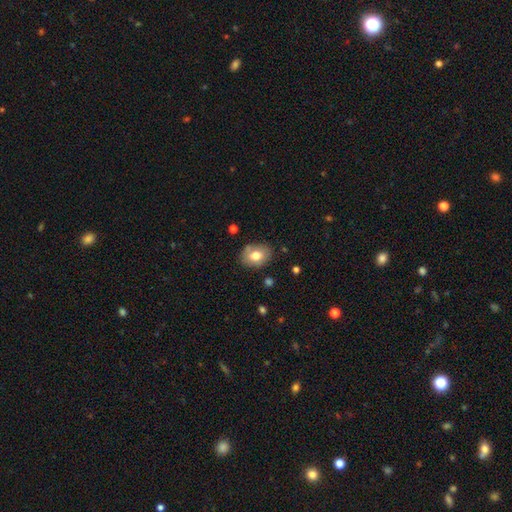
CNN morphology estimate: Overall: smooth (73%). How rounded: in between (63%; round 36%). Merging: none (77%).